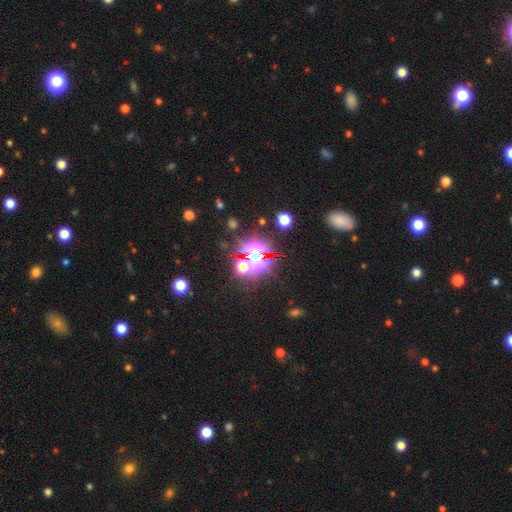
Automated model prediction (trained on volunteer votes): A star or artifact, not a galaxy (66%).